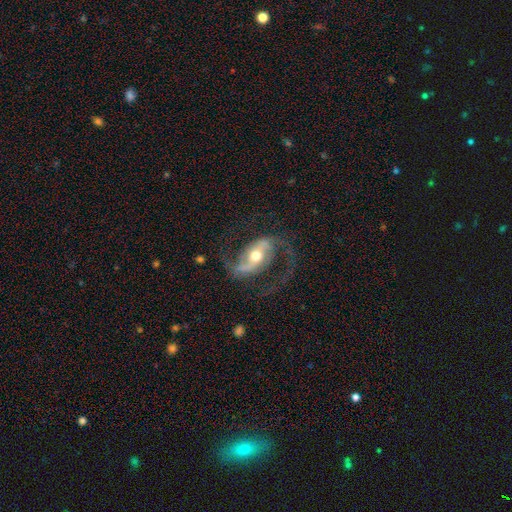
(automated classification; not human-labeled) Smooth or featured? featured or disk (89%)
Edge-on disk? no (97%)
Bar? strong (40%)
Spiral arms? yes (96%)
Spiral winding? loose (46%)
Spiral arm count? 2 (92%)
Bulge size? moderate (69%)
Merging? none (71%)